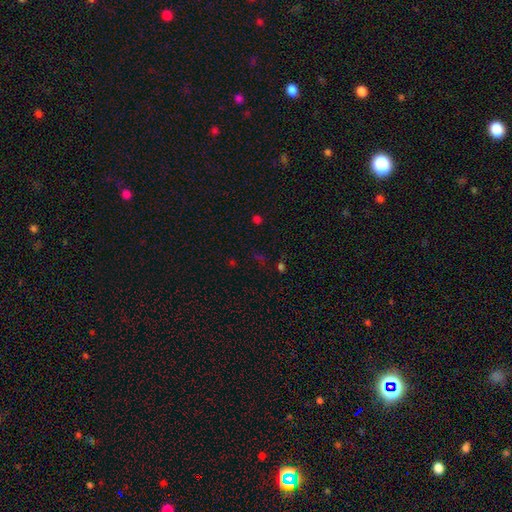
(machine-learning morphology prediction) Smooth or featured: star or artifact — 58% (smooth — 34%)